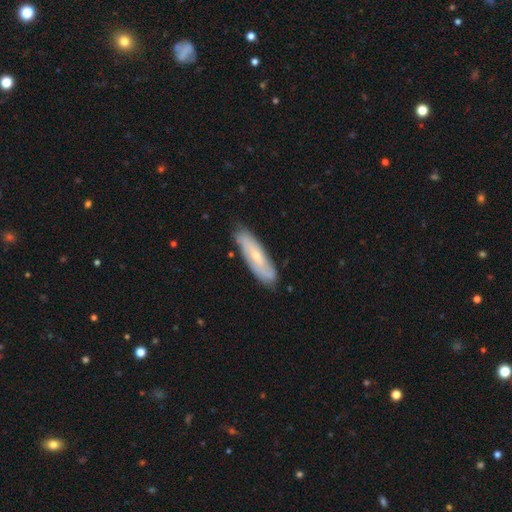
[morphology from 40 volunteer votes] Smooth or featured? 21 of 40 (52%) said smooth. How rounded? 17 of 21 (81%) said cigar-shaped. Merging? 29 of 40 (72%) said none.